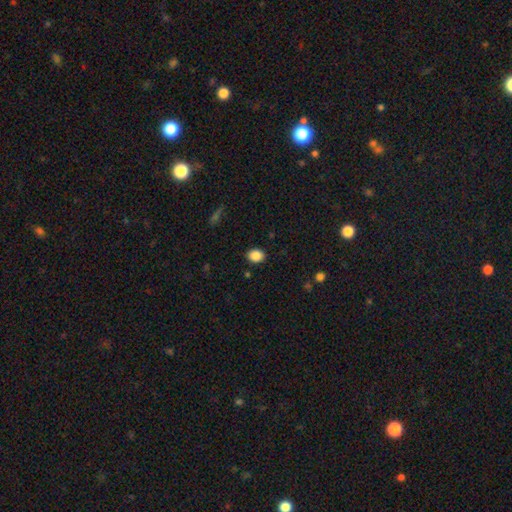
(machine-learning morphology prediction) A smooth galaxy with no disk features (87%) that is in between round and cigar-shaped (55%).

Vote fractions:
- Smooth or featured? smooth: 87% / star or artifact: 9% / featured or disk: 4%
- How rounded? in between: 55% / round: 44% / cigar-shaped: 1%
- Merging? none: 88% / minor disturbance: 8% / major disturbance: 2% / merger: 1%